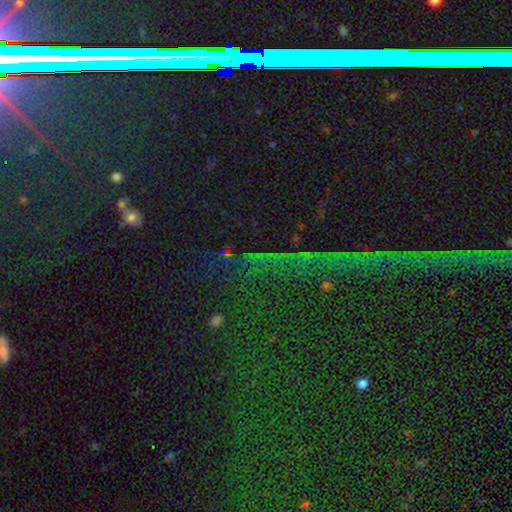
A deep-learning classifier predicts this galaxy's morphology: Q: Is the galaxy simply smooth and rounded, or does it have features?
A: star or artifact — 77%.